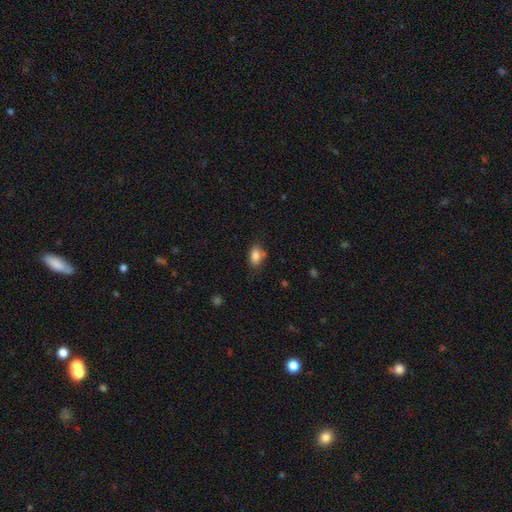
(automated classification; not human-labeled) Smooth or featured? Predicted: smooth (p=0.84). How rounded? Predicted: in between (p=0.83). Merging? Predicted: none (p=0.70).